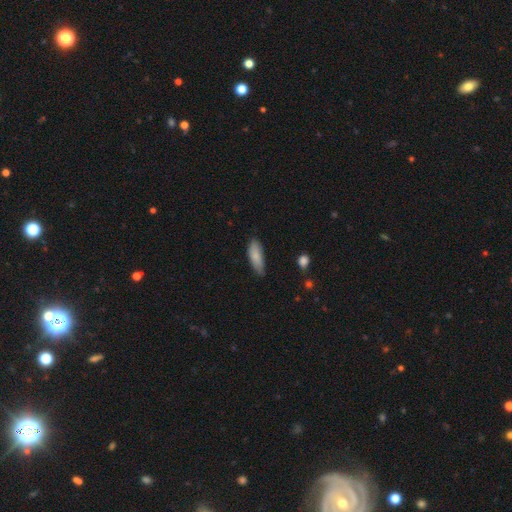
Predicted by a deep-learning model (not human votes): smooth 84%, featured or disk 9%, star or artifact 6%. Down the decision tree: how rounded — in between (64%); merging — none (71%).